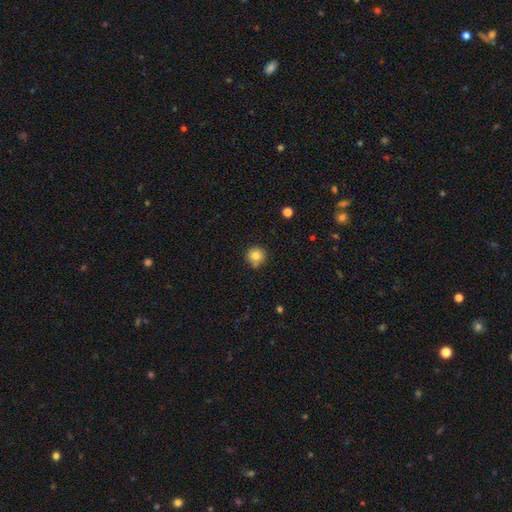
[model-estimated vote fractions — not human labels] Q: Smooth or featured?
A: smooth (81%); runner-up: star or artifact (11%)
Q: How rounded?
A: round (93%); runner-up: in between (6%)
Q: Merging?
A: none (75%); runner-up: minor disturbance (16%)